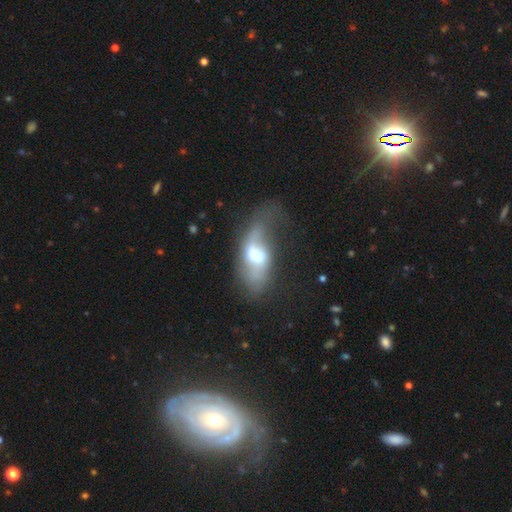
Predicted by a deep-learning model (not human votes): Smooth or featured?
  - featured or disk: 54% *
  - smooth: 38%
  - star or artifact: 8%
Edge-on disk?
  - no: 89% *
  - yes: 11%
Merging?
  - major disturbance: 37% *
  - none: 32%
  - minor disturbance: 26%
  - merger: 5%